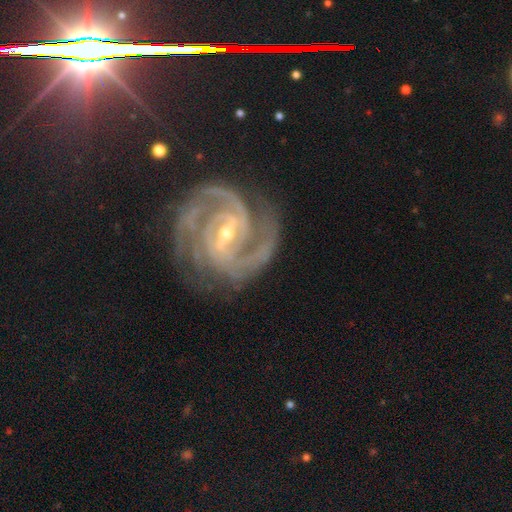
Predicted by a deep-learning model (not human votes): This is clearly a featured or disk galaxy (91%). It is clearly not viewed edge-on (98%). Bar: possibly strong (50%). Spiral arm pattern: clearly yes (99%). Spiral arm count: likely 2 (61%). Spiral winding: possibly tight (48%). Central bulge: likely small (72%). Merging: likely none (75%).